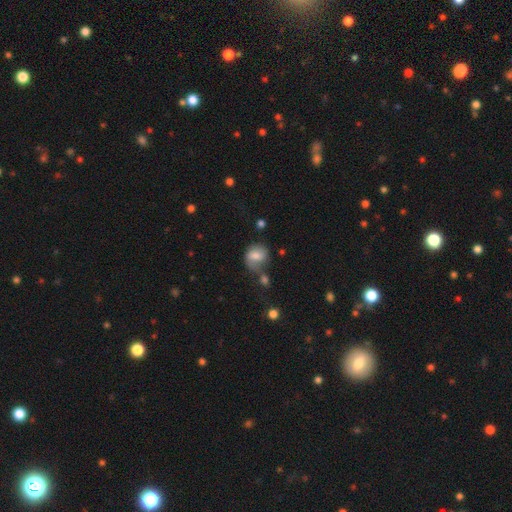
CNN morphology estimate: Smooth or featured? smooth (69%)
How rounded? round (64%)
Merging? none (46%)